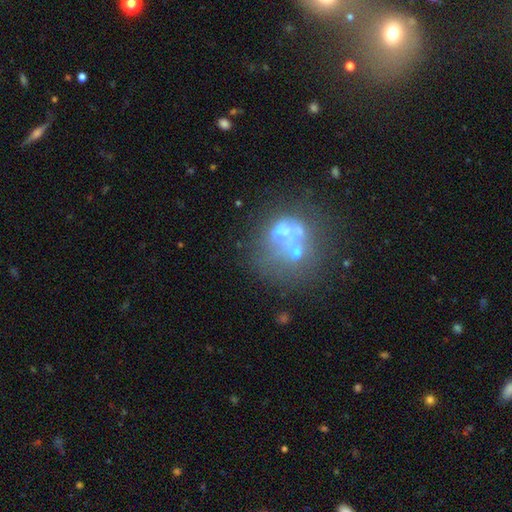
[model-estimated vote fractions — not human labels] This is marginally a featured or disk galaxy (44%). Merging: marginally none (39%).